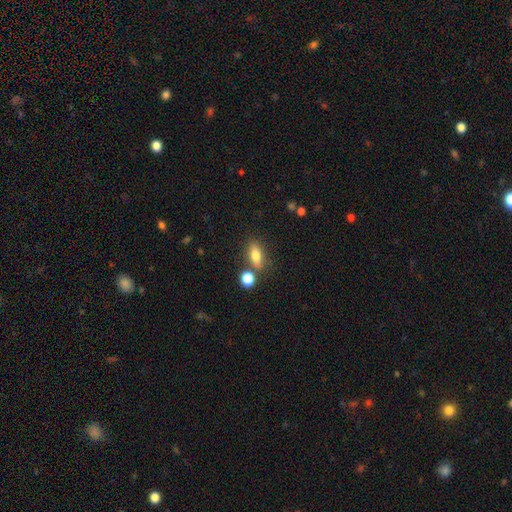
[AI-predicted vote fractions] A smooth galaxy with no disk features (74%) that is in between round and cigar-shaped (72%). Merging: none (66%).